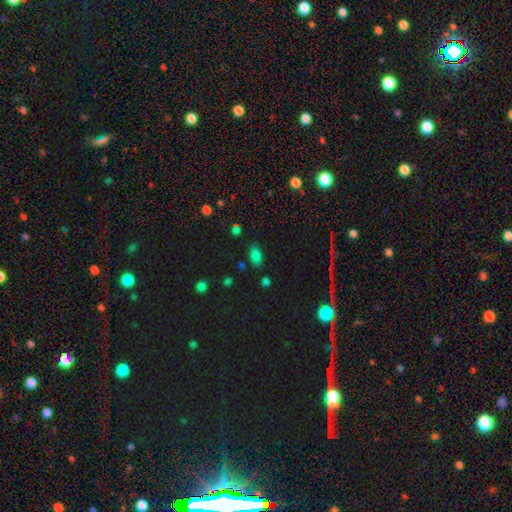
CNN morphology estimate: Smooth or featured? Predicted: smooth (p=0.76). How rounded? Predicted: in between (p=0.90). Merging? Predicted: none (p=0.80).